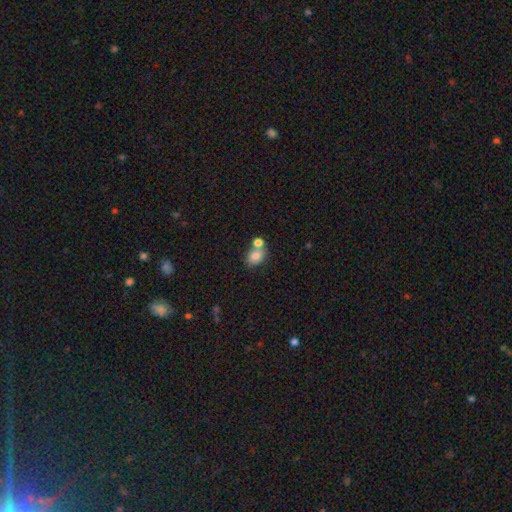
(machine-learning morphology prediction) Q: Smooth or featured?
A: smooth (80%); runner-up: featured or disk (11%)
Q: How rounded?
A: in between (58%); runner-up: round (41%)
Q: Merging?
A: none (44%); runner-up: merger (42%)